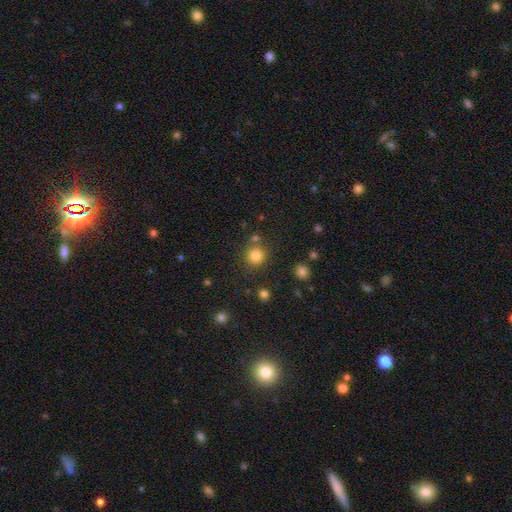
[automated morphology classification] Smooth or featured? Predicted: smooth (p=0.82). How rounded? Predicted: round (p=0.93). Merging? Predicted: none (p=0.82).